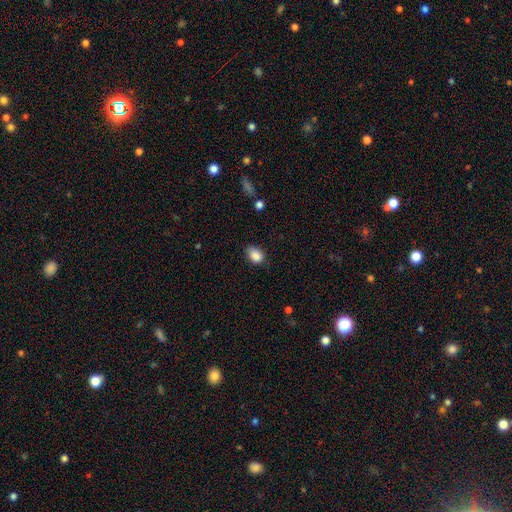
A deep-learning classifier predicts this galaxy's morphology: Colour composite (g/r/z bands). It shows a smooth galaxy with no disk features (87%) that is in between round and cigar-shaped (75%). Merging: none (68%).